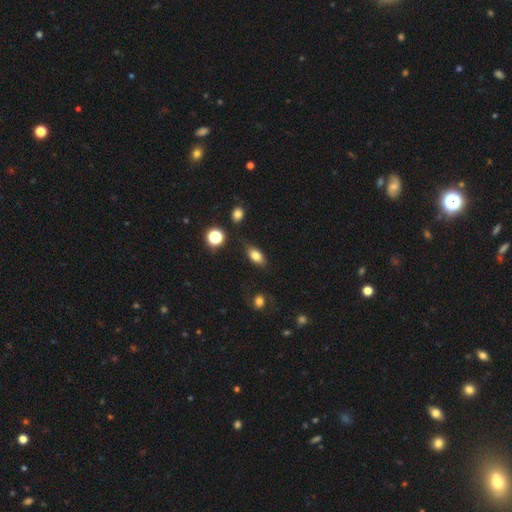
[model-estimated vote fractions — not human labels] Overall: smooth (79%). How rounded: in between (85%). Merging: none (79%).